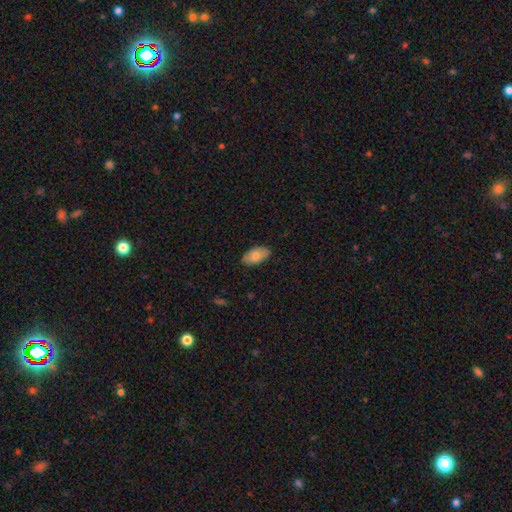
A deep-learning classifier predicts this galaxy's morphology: smooth_or_featured: smooth (p=0.80) [alt: featured or disk p=0.13]
how_rounded: in between (p=0.94) [alt: round p=0.03]
merging: none (p=0.84) [alt: minor disturbance p=0.13]